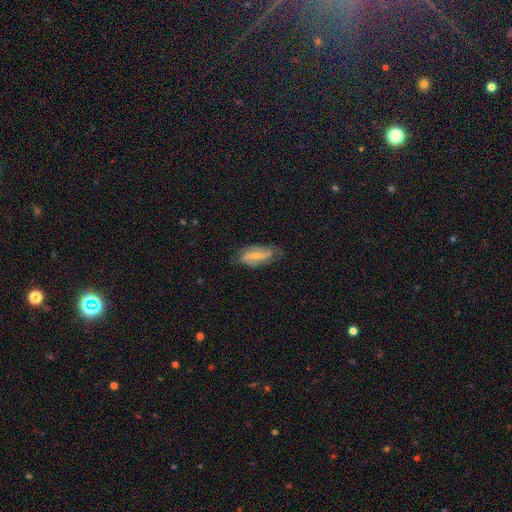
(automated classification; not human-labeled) The model was most divided on "spiral winding": loose: 43%, medium: 36%, tight: 20%. Remaining: edge-on disk — no (90%); spiral arms — yes (84%); spiral arm count — 2 (83%); merging — none (70%); smooth or featured — featured or disk (66%); bulge size — small (60%); bar — strong (46%).